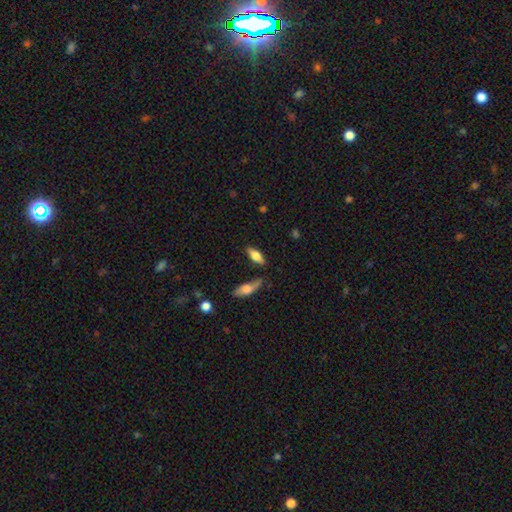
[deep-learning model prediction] This appears to be a smooth galaxy with no disk features (65%) that is in between round and cigar-shaped (70%). Merging: none (75%).